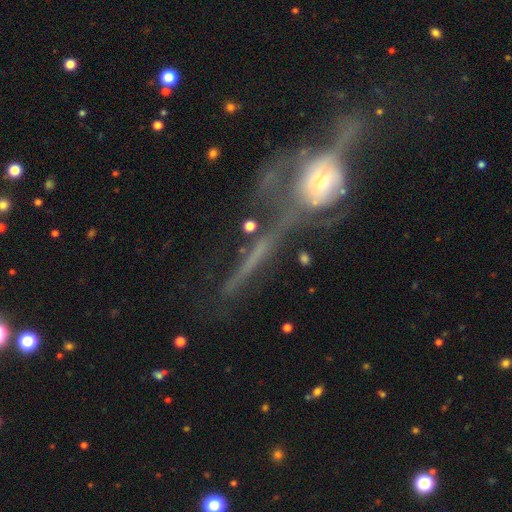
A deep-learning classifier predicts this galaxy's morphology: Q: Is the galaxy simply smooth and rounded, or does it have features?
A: featured or disk — 65%.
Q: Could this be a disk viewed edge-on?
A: yes — 65%.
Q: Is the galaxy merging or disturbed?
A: none — 35%.